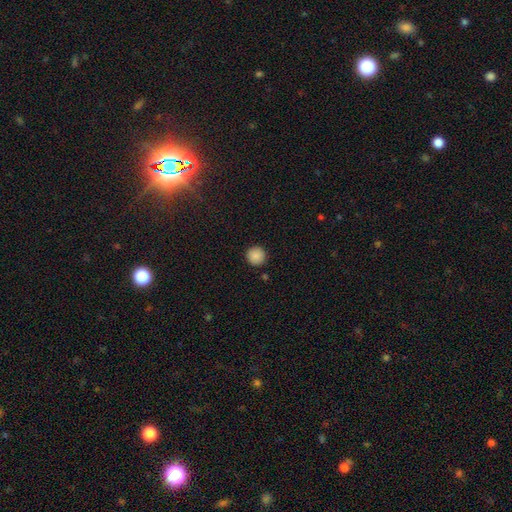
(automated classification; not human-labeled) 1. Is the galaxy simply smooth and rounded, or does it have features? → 88% smooth, 9% star or artifact, 3% featured or disk.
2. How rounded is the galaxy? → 95% round, 4% in between, 1% cigar-shaped.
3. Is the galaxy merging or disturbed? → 92% none, 5% minor disturbance, 2% major disturbance, 1% merger.